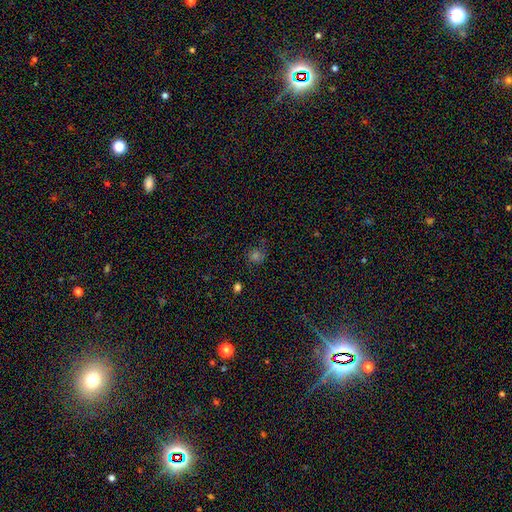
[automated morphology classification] Smooth or featured? smooth (51%)
How rounded? round (82%)
Merging? none (72%)